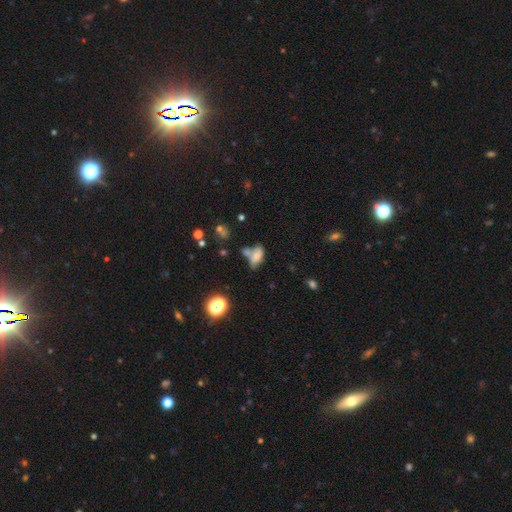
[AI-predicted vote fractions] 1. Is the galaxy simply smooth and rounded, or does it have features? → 67% smooth, 19% featured or disk, 14% star or artifact.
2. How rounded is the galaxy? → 86% in between, 7% round, 6% cigar-shaped.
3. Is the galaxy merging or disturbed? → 36% none, 33% merger, 20% minor disturbance, 11% major disturbance.